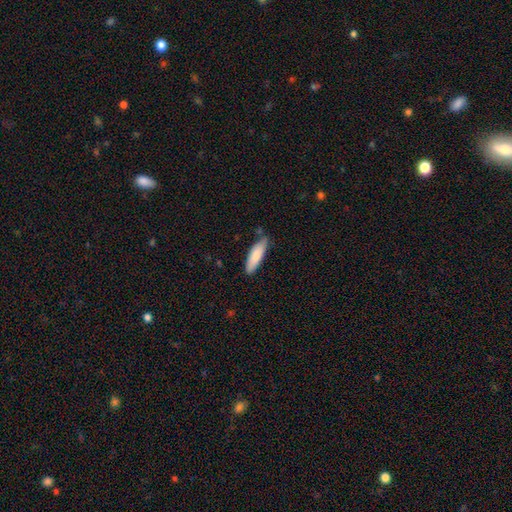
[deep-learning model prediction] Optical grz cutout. It shows a smooth galaxy with no disk features (81%) that is cigar-shaped (56%). Merging: none (76%).